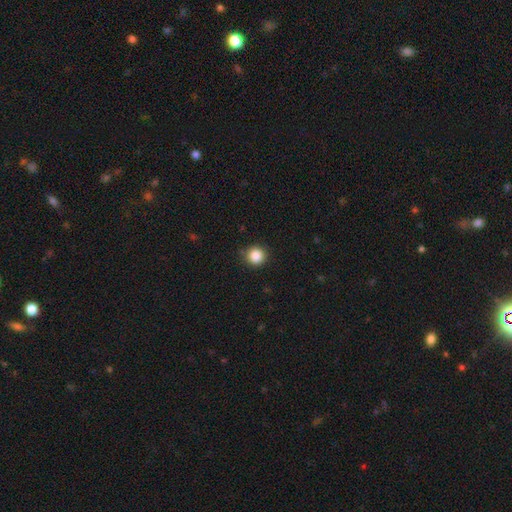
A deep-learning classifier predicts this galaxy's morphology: Smooth or featured? Predicted: smooth (p=0.87). How rounded? Predicted: round (p=0.94). Merging? Predicted: none (p=0.88).